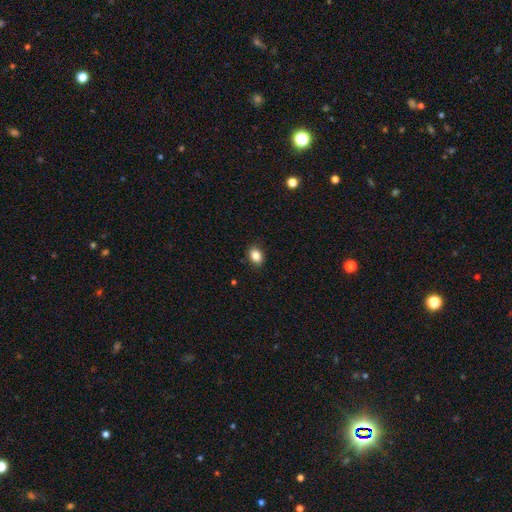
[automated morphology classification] Overall: smooth (85%). How rounded: in between (71%). Merging: none (88%).